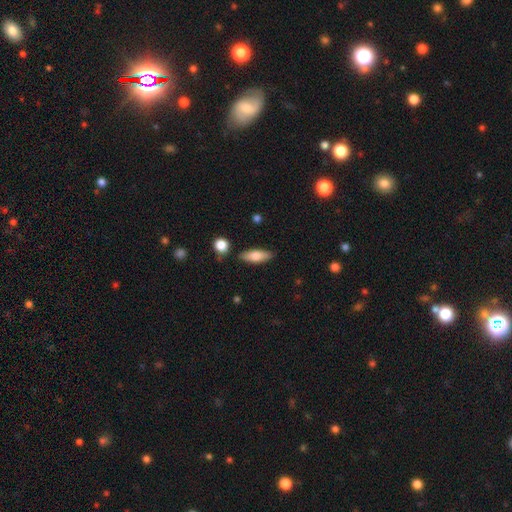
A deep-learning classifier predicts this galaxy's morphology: Q: Smooth or featured?
A: smooth (75%); runner-up: featured or disk (19%)
Q: How rounded?
A: in between (59%); runner-up: cigar-shaped (38%)
Q: Merging?
A: none (83%); runner-up: minor disturbance (11%)